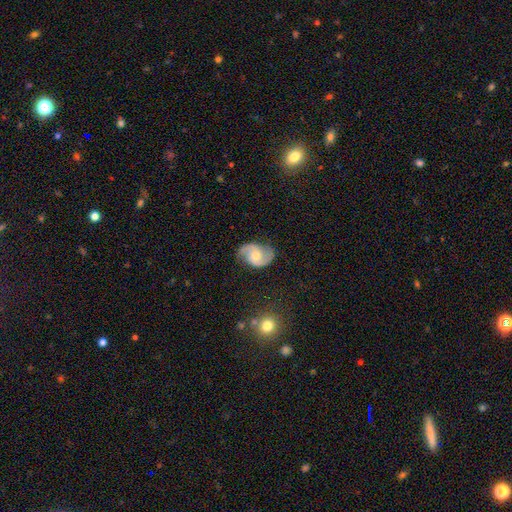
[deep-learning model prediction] smooth_or_featured: featured or disk (p=0.84) [alt: smooth p=0.11]
disk_edge_on: no (p=0.98) [alt: yes p=0.02]
bar: no (p=0.61) [alt: weak p=0.33]
has_spiral_arms: yes (p=0.97) [alt: no p=0.03]
spiral_winding: medium (p=0.53) [alt: loose p=0.24]
spiral_arm_count: 2 (p=0.92) [alt: can't tell p=0.03]
bulge_size: moderate (p=0.56) [alt: small p=0.37]
merging: none (p=0.77) [alt: minor disturbance p=0.16]